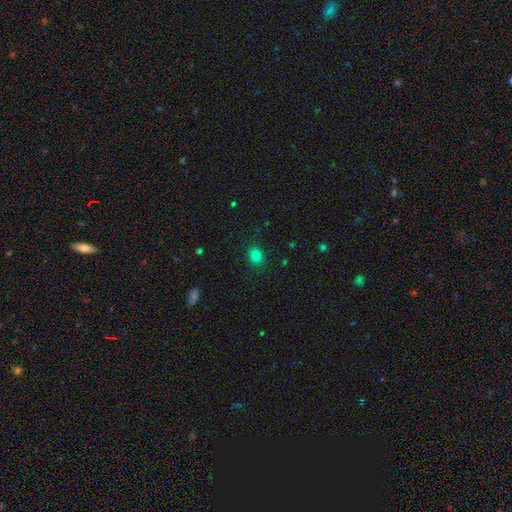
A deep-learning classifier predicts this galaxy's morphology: type=smooth (80%); roundness=round (68%); merging=none (87%).